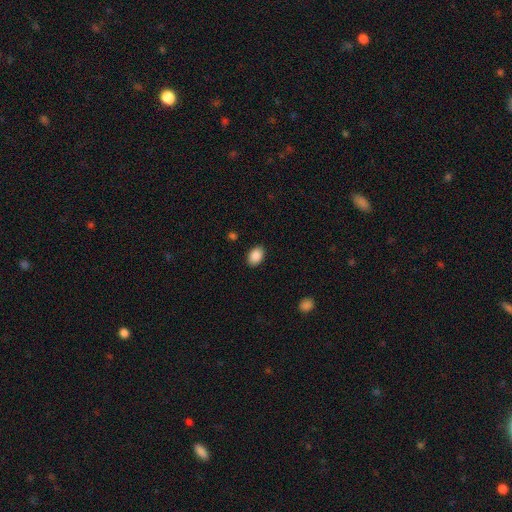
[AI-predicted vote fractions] The model was most divided on "how rounded": in between: 82%, round: 17%, cigar-shaped: 1%. More confident: smooth or featured — smooth (89%); merging — none (88%).